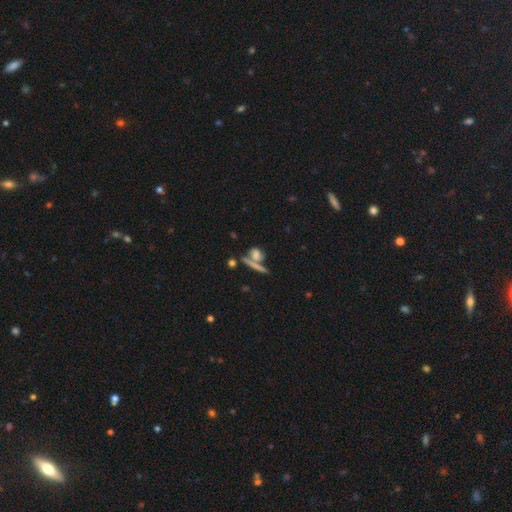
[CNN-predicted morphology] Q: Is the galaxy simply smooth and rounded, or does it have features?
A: smooth — 63%.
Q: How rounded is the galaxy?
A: in between — 35%.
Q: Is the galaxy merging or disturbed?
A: none — 49%.